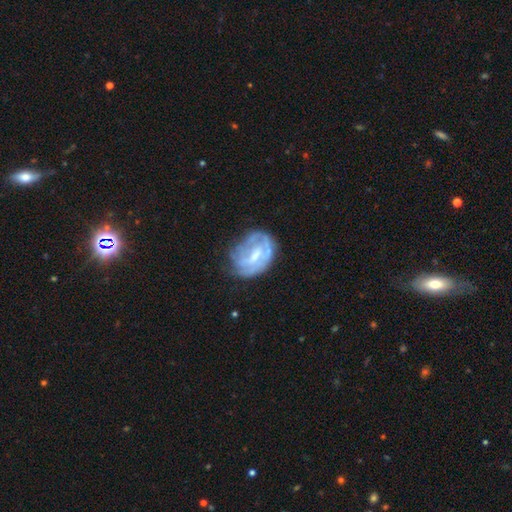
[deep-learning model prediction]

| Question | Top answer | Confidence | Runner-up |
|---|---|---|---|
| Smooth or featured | featured or disk | 69% | smooth (24%) |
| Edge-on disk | no | 97% | yes (3%) |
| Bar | weak | 50% | no (29%) |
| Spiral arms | yes | 63% | no (37%) |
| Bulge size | moderate | 44% | small (40%) |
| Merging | none | 51% | minor disturbance (28%) |